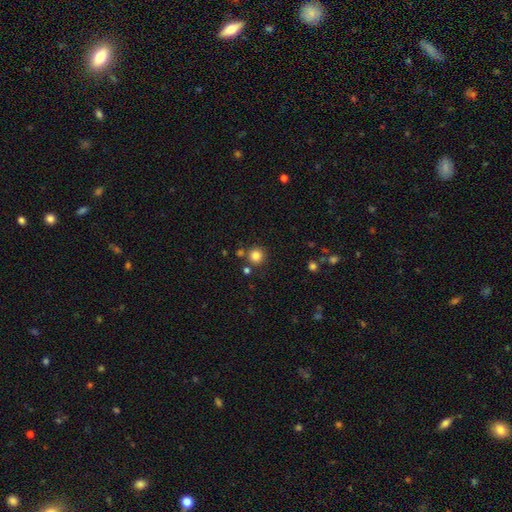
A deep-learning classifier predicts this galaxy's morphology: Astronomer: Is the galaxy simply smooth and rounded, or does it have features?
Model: smooth — 83%.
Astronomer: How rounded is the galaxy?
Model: round — 94%.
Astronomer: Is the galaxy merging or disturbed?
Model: none — 81%.